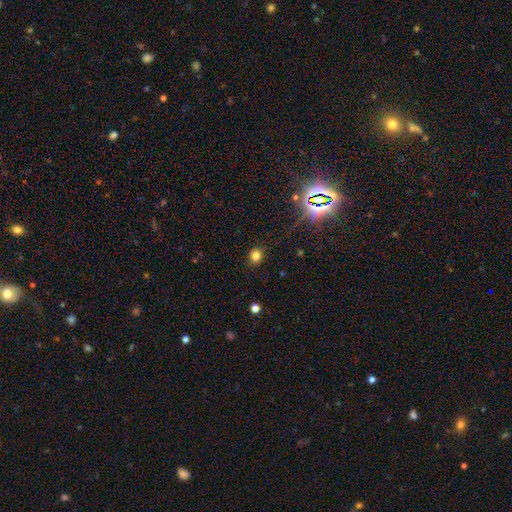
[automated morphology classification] Q: Smooth or featured?
A: smooth (78%); runner-up: star or artifact (17%)
Q: How rounded?
A: round (84%); runner-up: in between (15%)
Q: Merging?
A: none (88%); runner-up: minor disturbance (8%)